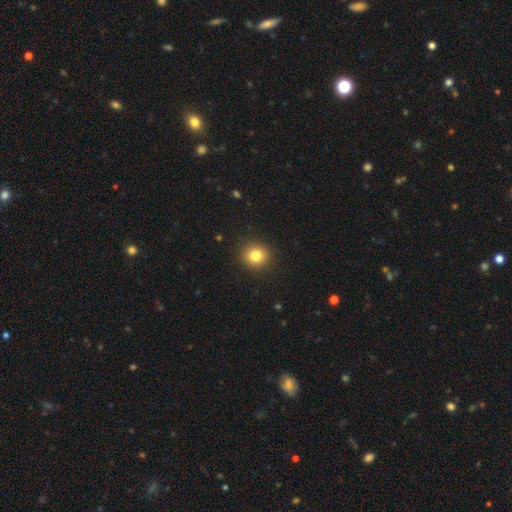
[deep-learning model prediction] smooth_or_featured: smooth (p=0.82) [alt: star or artifact p=0.11]
how_rounded: round (p=0.88) [alt: in between p=0.11]
merging: none (p=0.91) [alt: minor disturbance p=0.06]